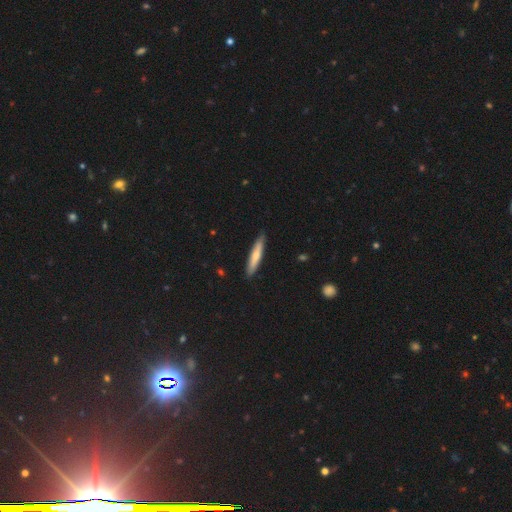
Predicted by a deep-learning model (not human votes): Overall: smooth (61%; featured or disk 34%). How rounded: cigar-shaped (90%). Merging: none (89%).